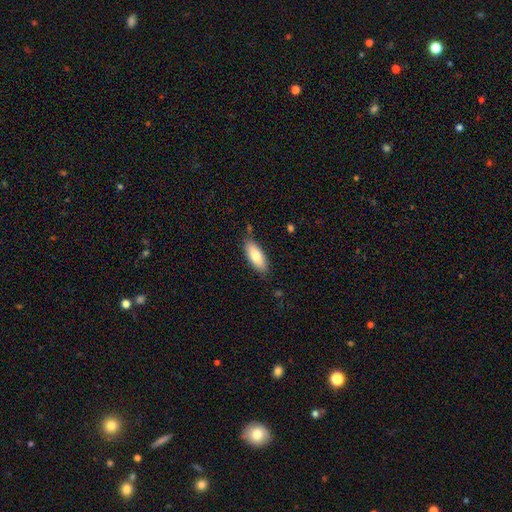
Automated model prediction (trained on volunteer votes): Morphology: type=smooth (78%); roundness=in between (78%); merging=none (79%).